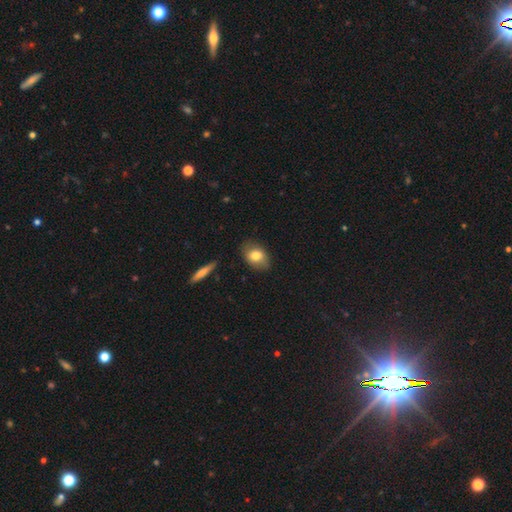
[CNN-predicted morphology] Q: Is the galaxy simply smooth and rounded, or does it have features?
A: smooth — 77%.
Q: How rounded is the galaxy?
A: in between — 74%.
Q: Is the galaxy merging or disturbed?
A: none — 79%.